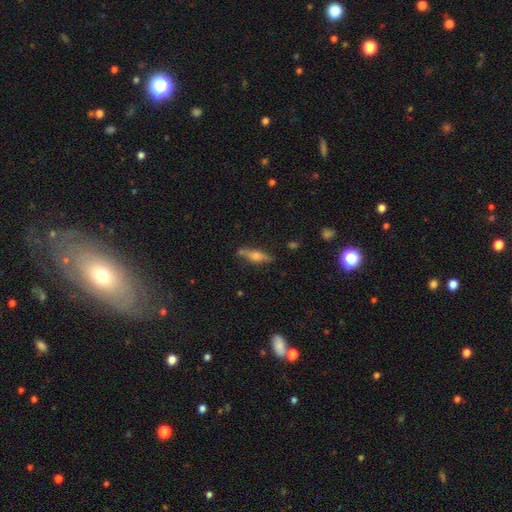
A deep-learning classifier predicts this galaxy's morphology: Smooth or featured? Predicted: featured or disk (p=0.51). Edge-on disk? Predicted: yes (p=0.90). Merging? Predicted: none (p=0.76).